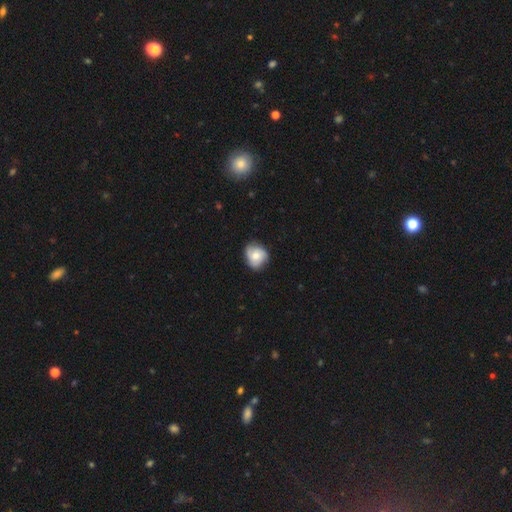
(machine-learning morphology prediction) smooth_or_featured: smooth (p=0.51) [alt: featured or disk p=0.42]
how_rounded: round (p=0.74) [alt: in between p=0.25]
merging: none (p=0.74) [alt: minor disturbance p=0.20]